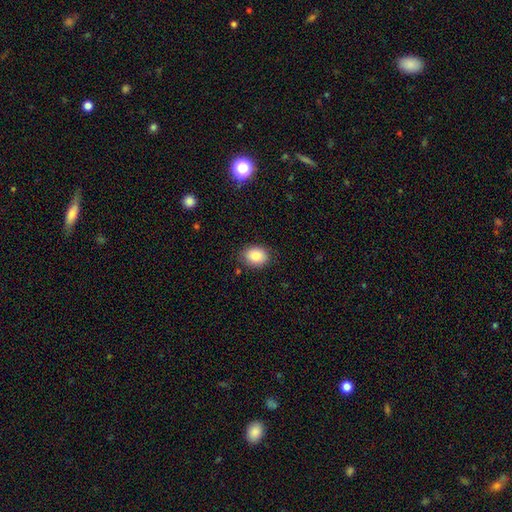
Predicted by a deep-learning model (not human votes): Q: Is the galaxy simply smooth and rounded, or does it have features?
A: smooth — 85%.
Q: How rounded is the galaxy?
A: in between — 59%.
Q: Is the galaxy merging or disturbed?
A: none — 85%.